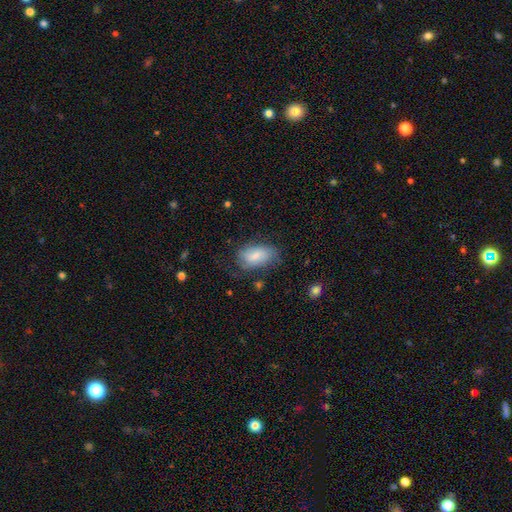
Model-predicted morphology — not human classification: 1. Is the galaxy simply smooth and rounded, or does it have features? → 79% smooth, 15% featured or disk, 6% star or artifact.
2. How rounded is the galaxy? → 93% in between, 5% round, 2% cigar-shaped.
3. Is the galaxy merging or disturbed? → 62% none, 26% minor disturbance, 9% major disturbance, 2% merger.